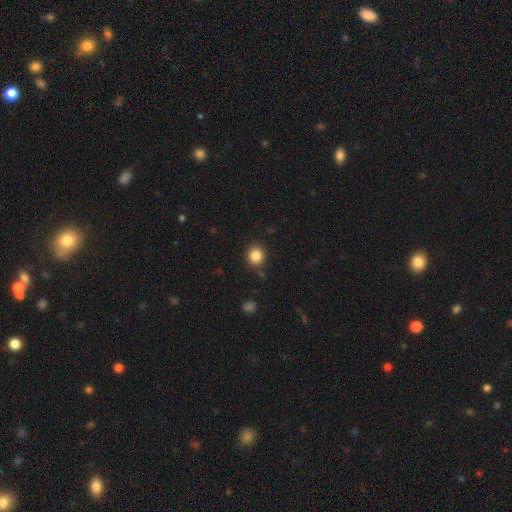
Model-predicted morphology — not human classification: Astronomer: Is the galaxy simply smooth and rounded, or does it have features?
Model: smooth — 85%.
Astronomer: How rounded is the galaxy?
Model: round — 88%.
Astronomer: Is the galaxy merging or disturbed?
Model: none — 86%.